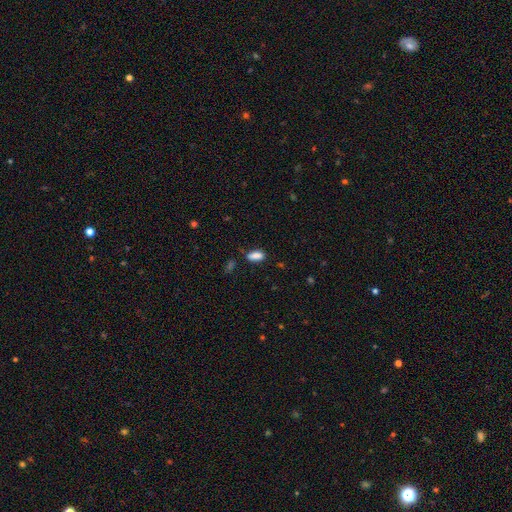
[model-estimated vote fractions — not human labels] This is clearly a smooth galaxy (86%). How rounded: clearly in between (83%). Merging: likely none (71%).